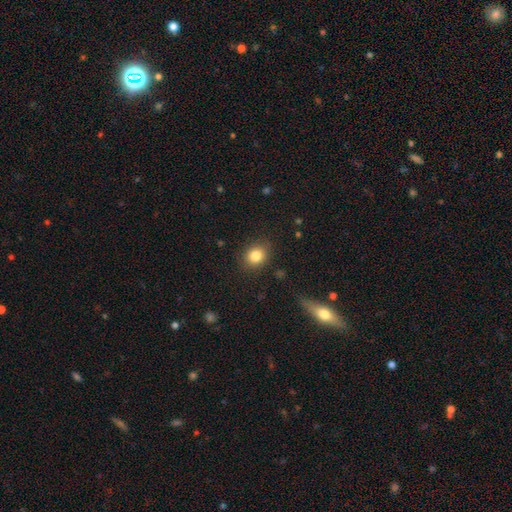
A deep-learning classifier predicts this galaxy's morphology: A smooth galaxy with no disk features (83%) that is round (66%). Merging: none (85%).